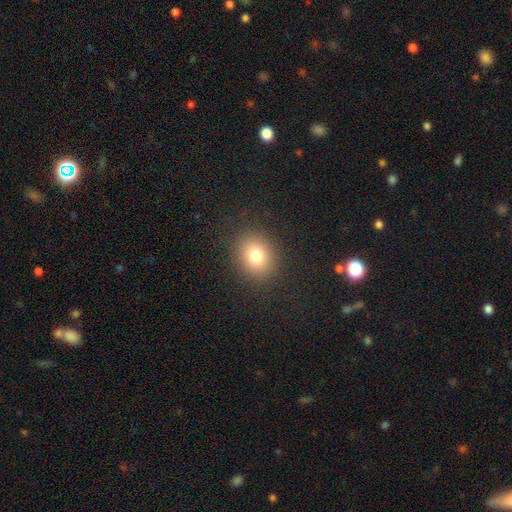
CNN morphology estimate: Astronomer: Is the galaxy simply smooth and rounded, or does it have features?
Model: smooth — 78%.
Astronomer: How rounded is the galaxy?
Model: round — 64%.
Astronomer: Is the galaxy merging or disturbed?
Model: none — 88%.